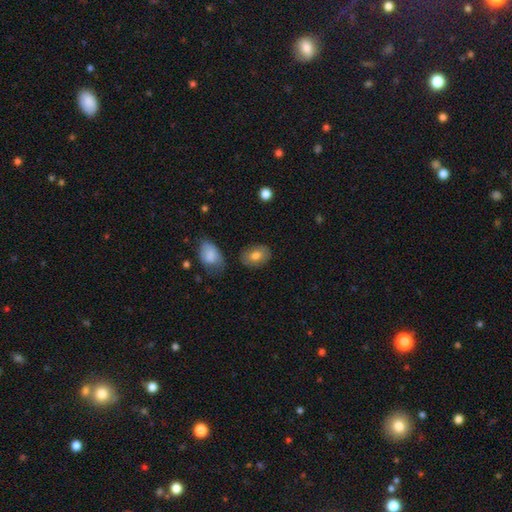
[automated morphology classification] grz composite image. It shows a smooth galaxy with no disk features (75%) that is in between round and cigar-shaped (79%). Merging: none (79%).